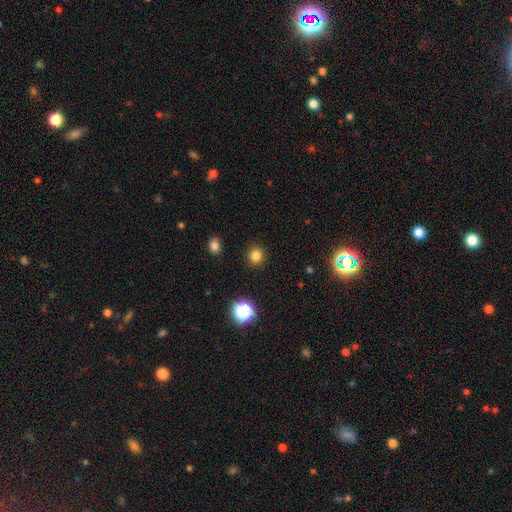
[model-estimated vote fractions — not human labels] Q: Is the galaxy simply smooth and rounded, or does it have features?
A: smooth — 82%.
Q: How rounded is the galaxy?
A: round — 89%.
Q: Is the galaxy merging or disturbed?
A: none — 91%.